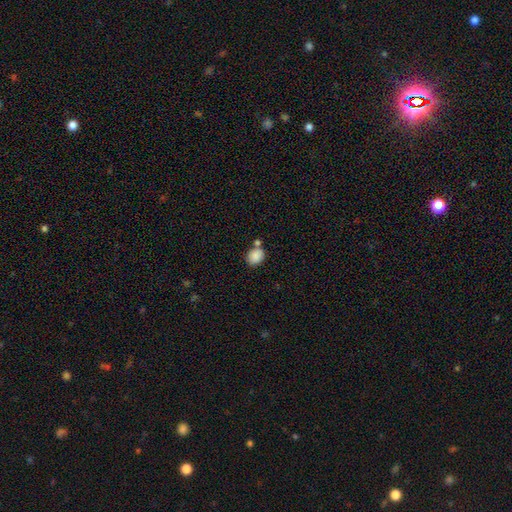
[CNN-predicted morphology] type=smooth (87%); roundness=in between (53%); merging=none (62%).